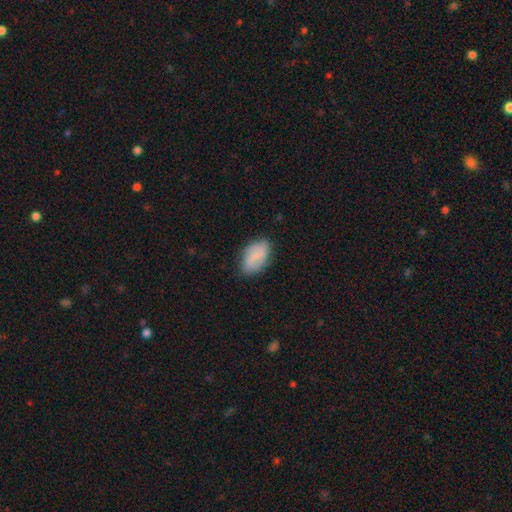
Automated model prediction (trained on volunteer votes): Smooth or featured? Predicted: smooth (p=0.60). How rounded? Predicted: in between (p=0.91). Merging? Predicted: none (p=0.78).